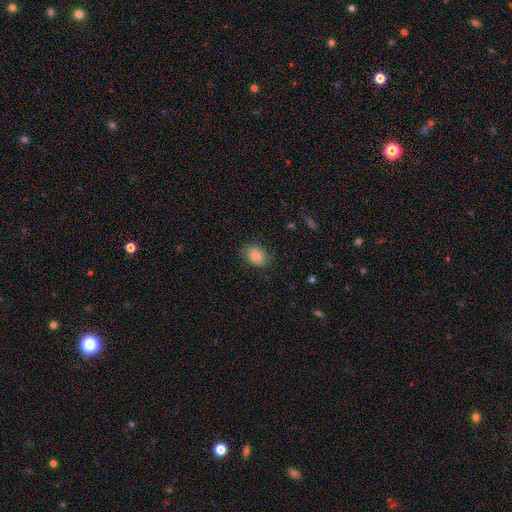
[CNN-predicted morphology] smooth-or-featured: smooth: 84% | star or artifact: 8% | featured or disk: 8%
  how-rounded: in between: 75% | round: 24% | cigar-shaped: 1%
  merging: none: 79% | minor disturbance: 16% | major disturbance: 4% | merger: 1%